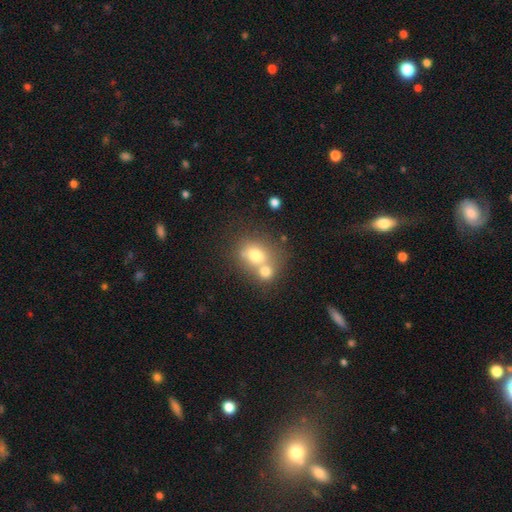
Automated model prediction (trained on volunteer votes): The model was most divided on "merging": merger: 55%, none: 33%, minor disturbance: 8%, major disturbance: 4%. More confident: smooth or featured — smooth (70%); how rounded — round (64%).